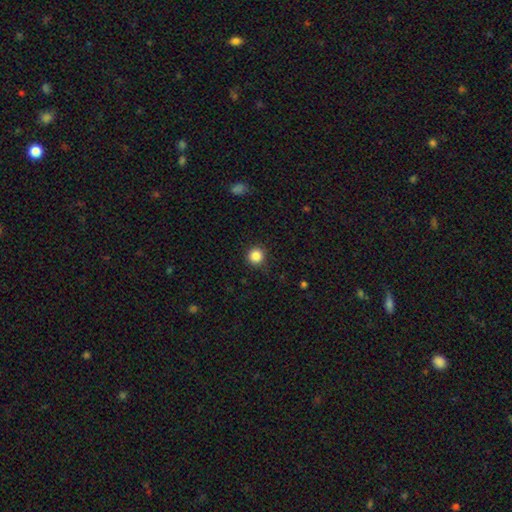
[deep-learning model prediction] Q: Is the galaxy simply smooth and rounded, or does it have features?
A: smooth — 86%.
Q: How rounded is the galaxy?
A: round — 95%.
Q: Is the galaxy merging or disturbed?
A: none — 90%.